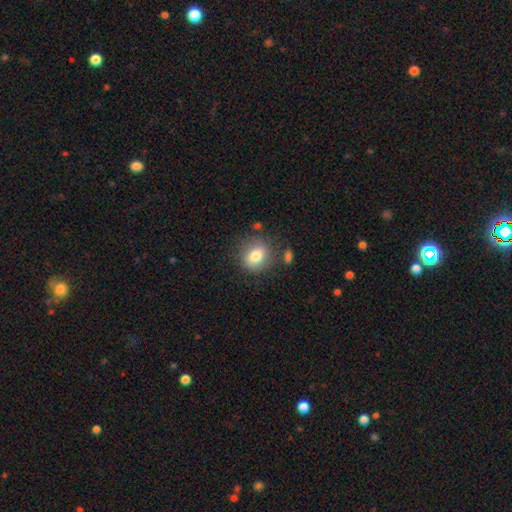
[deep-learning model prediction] smooth-or-featured: smooth: 79% | featured or disk: 12% | star or artifact: 9%
  how-rounded: round: 63% | in between: 35% | cigar-shaped: 1%
  merging: none: 77% | minor disturbance: 14% | merger: 5% | major disturbance: 5%